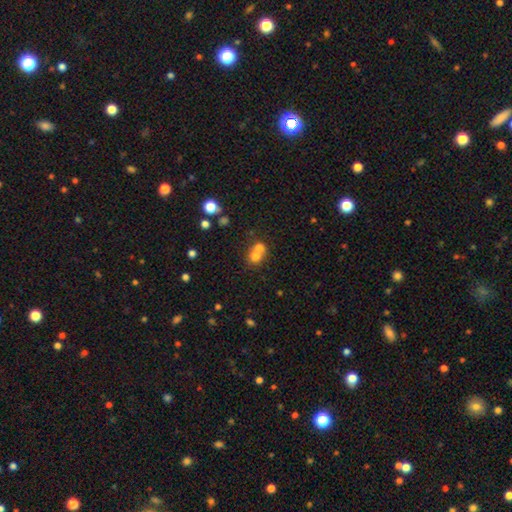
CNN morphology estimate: Smooth or featured? smooth (69%)
How rounded? round (68%)
Merging? merger (66%)